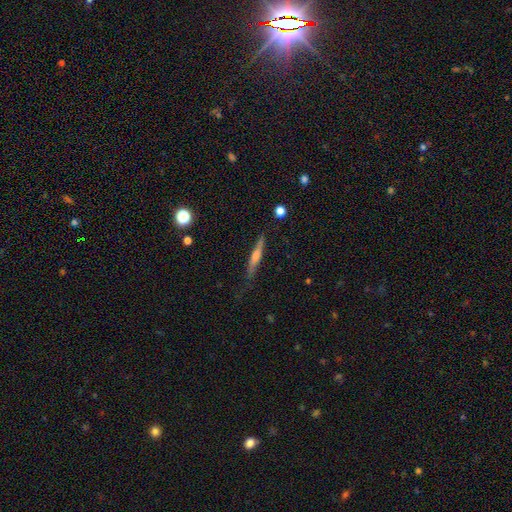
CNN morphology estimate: smooth_or_featured: featured or disk (p=0.56) [alt: smooth p=0.37]
disk_edge_on: yes (p=0.95) [alt: no p=0.05]
edge_on_bulge: rounded (p=0.62) [alt: none p=0.24]
merging: none (p=0.77) [alt: minor disturbance p=0.17]